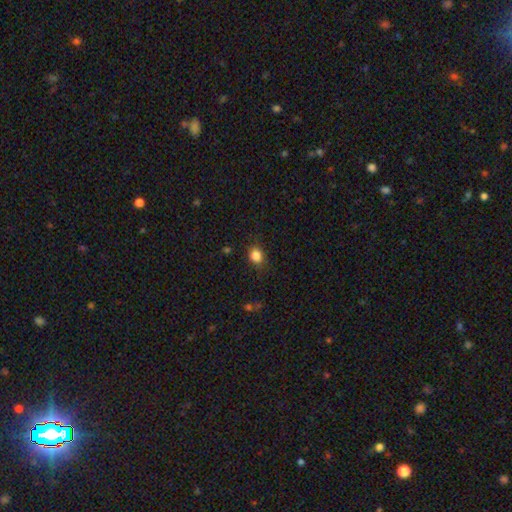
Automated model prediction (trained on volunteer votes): Smooth or featured? smooth (85%)
How rounded? round (58%)
Merging? none (84%)